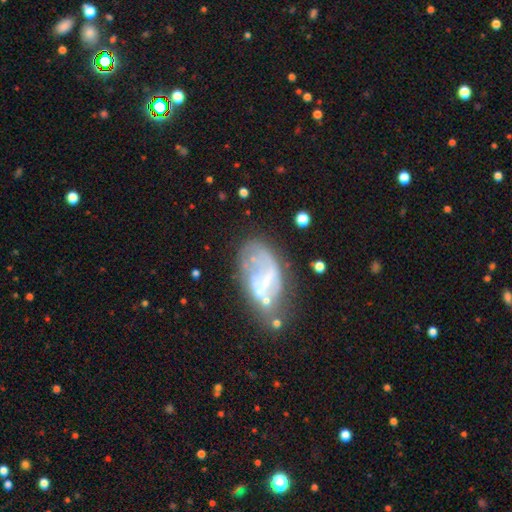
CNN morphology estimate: Smooth or featured? featured or disk (59%)
Edge-on disk? no (95%)
Bar? no (59%)
Spiral arms? no (77%)
Bulge size? none (60%)
Merging? none (34%)